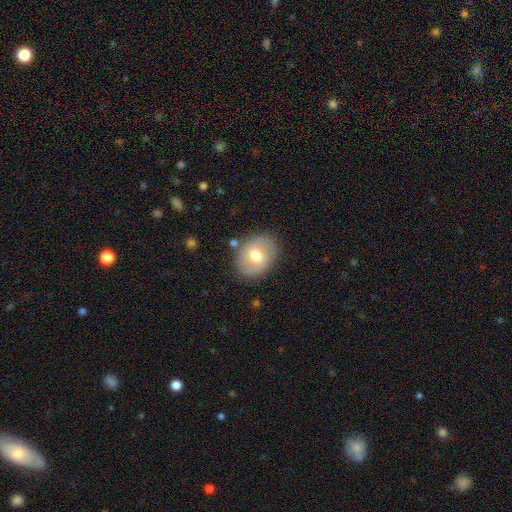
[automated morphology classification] Smooth or featured: smooth — 61% (featured or disk — 32%)
How rounded: in between — 61% (round — 38%)
Merging: none — 80% (minor disturbance — 13%)